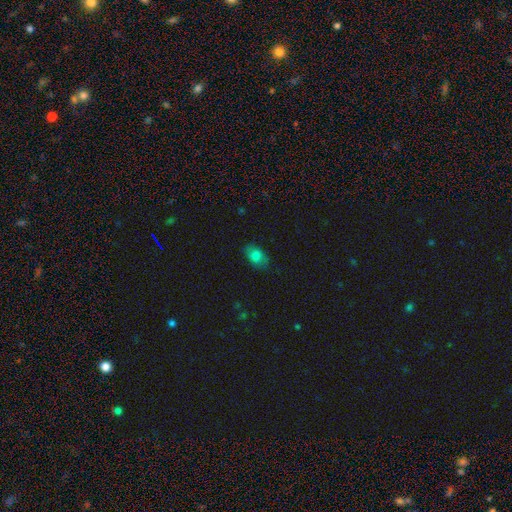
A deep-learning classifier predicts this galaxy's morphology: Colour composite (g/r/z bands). It shows a smooth galaxy with no disk features (78%) that is in between round and cigar-shaped (85%). Merging: none (77%).